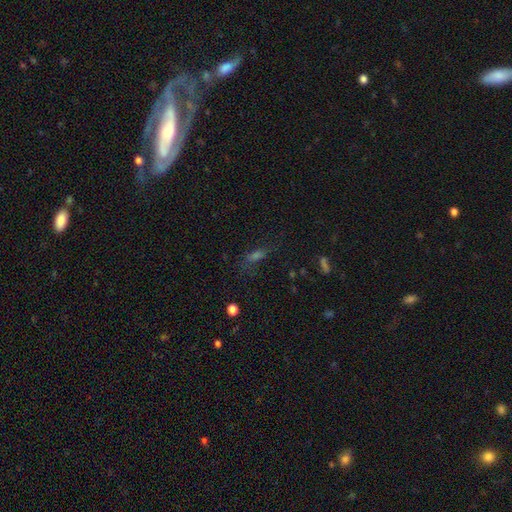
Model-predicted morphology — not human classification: Smooth or featured? smooth (44%)
Merging? none (56%)